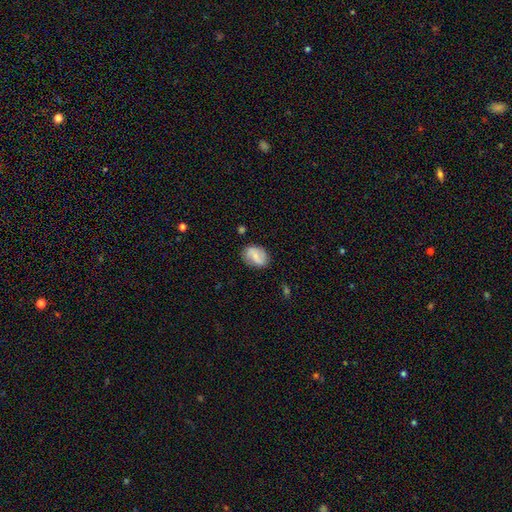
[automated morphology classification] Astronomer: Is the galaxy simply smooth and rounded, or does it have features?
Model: smooth — 55% (runner-up: featured or disk, 38%).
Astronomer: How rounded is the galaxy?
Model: in between — 74%.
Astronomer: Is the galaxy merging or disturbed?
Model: none — 78%.